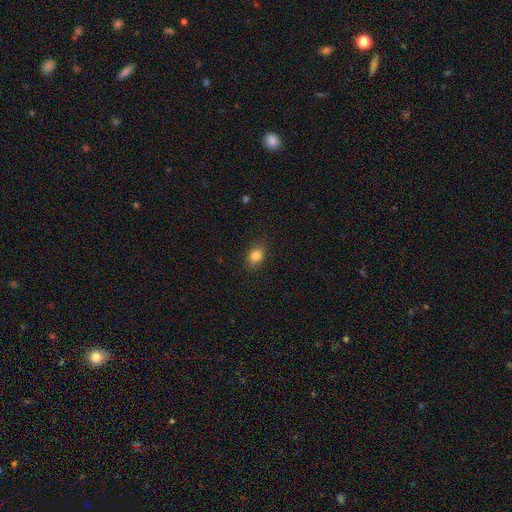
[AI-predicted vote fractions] Smooth or featured: smooth — 83% (star or artifact — 10%)
How rounded: in between — 67% (round — 32%)
Merging: none — 85% (minor disturbance — 11%)